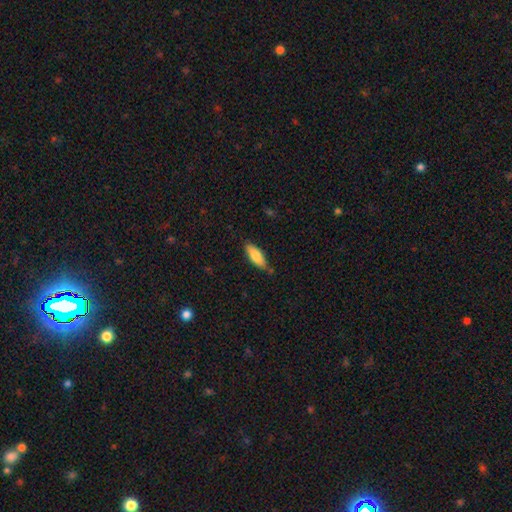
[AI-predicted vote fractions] This appears to be a smooth galaxy with no disk features (80%) that is in between round and cigar-shaped (66%). Merging: none (76%).